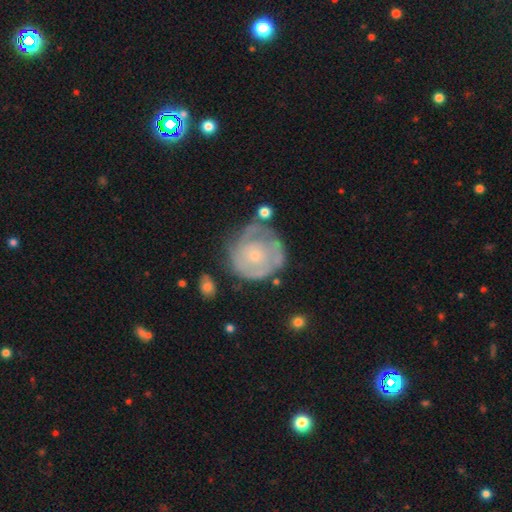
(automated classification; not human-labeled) This appears to be a featured or disk galaxy (68%) with no bar (84%), spiral arms (70%) and a small central bulge (71%). Merging: none (54%).